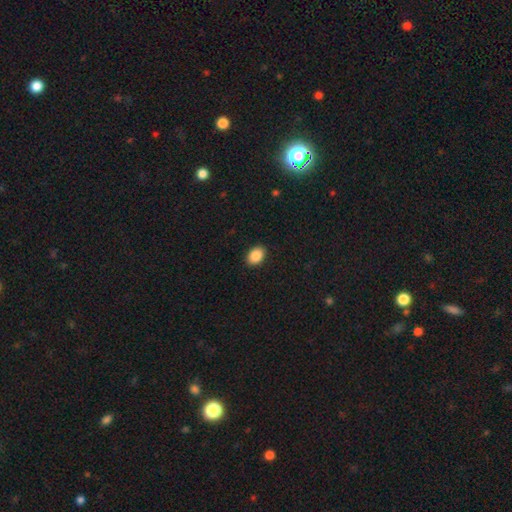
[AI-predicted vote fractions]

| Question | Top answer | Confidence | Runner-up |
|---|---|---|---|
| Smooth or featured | smooth | 88% | star or artifact (8%) |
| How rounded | in between | 82% | round (17%) |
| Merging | none | 91% | minor disturbance (7%) |